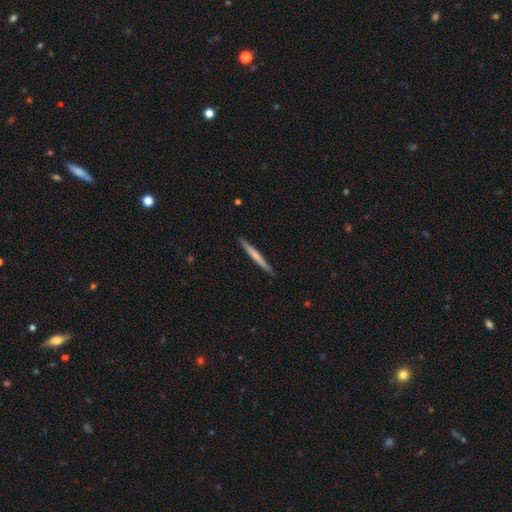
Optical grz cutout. It shows a smooth galaxy with no disk features (51%) that is cigar-shaped (90%). Merging: none (92%).